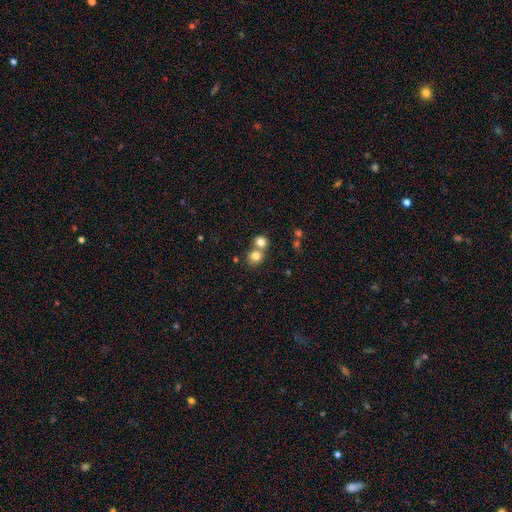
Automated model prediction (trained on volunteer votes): Overall: smooth (79%). How rounded: round (80%). Merging: none (46%, tied with merger).